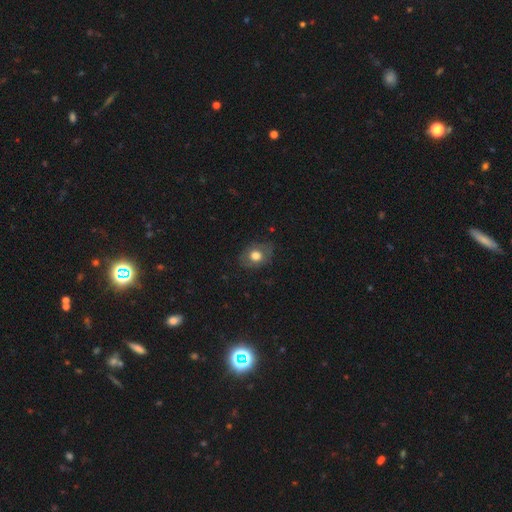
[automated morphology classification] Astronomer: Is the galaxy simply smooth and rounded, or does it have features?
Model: smooth — 67%.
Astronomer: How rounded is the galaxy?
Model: in between — 56% (runner-up: round, 43%).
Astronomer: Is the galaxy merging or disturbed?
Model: none — 72%.